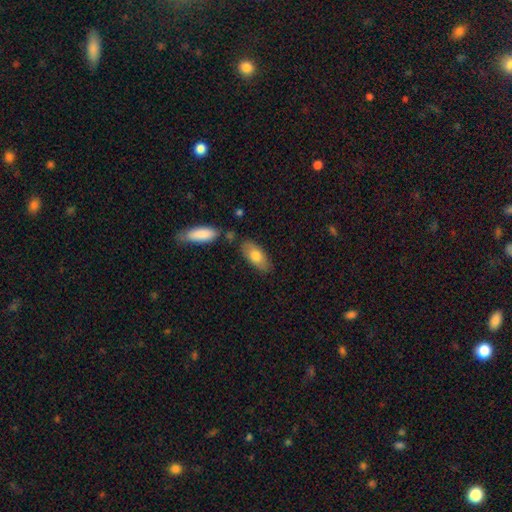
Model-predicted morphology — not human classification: This appears to be a smooth galaxy with no disk features (77%) that is in between round and cigar-shaped (85%). Merging: none (77%).